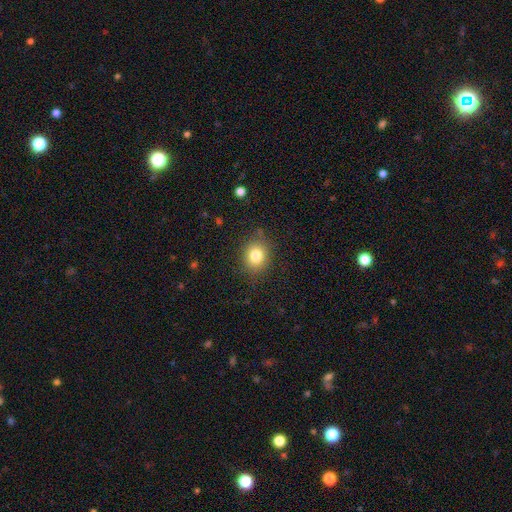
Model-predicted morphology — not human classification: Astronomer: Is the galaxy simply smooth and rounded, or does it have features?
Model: smooth — 81%.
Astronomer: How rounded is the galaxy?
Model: round — 63%.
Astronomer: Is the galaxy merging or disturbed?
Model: none — 83%.